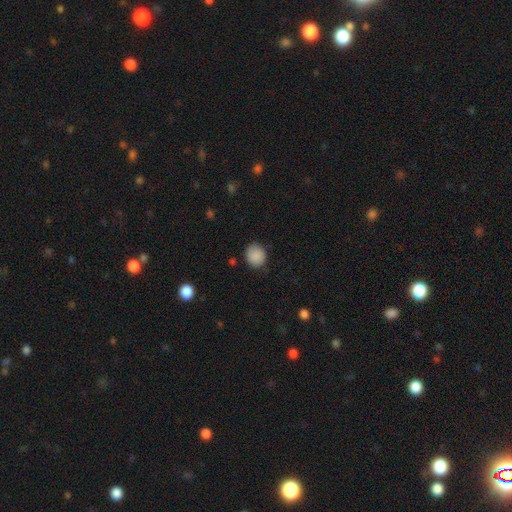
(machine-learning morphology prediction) Smooth or featured?
  - smooth: 88% *
  - star or artifact: 8%
  - featured or disk: 4%
How rounded?
  - round: 75% *
  - in between: 24%
  - cigar-shaped: 1%
Merging?
  - none: 79% *
  - minor disturbance: 16%
  - major disturbance: 3%
  - merger: 1%